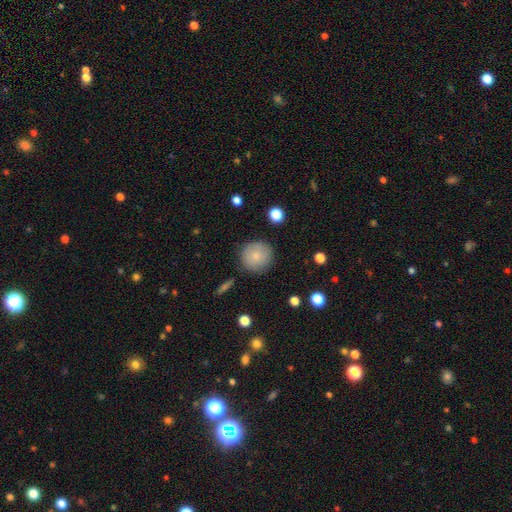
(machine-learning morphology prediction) Smooth or featured?
  - smooth: 81% *
  - featured or disk: 11%
  - star or artifact: 8%
How rounded?
  - round: 93% *
  - in between: 6%
  - cigar-shaped: 1%
Merging?
  - none: 86% *
  - minor disturbance: 10%
  - major disturbance: 3%
  - merger: 2%